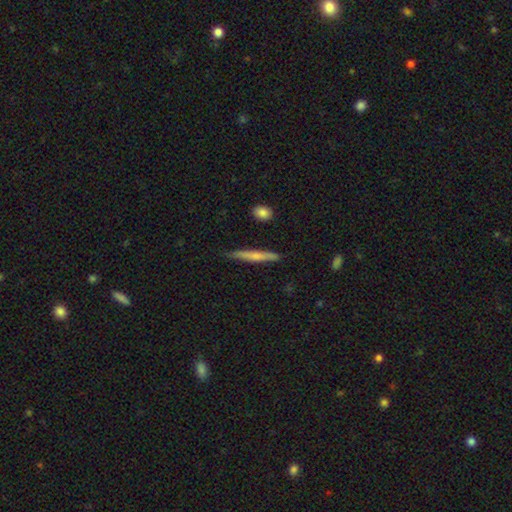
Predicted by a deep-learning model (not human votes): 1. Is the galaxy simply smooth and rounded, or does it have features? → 55% smooth, 39% featured or disk, 6% star or artifact.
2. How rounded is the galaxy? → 94% cigar-shaped, 4% in between, 2% round.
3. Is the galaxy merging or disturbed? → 83% none, 13% minor disturbance, 2% major disturbance, 2% merger.